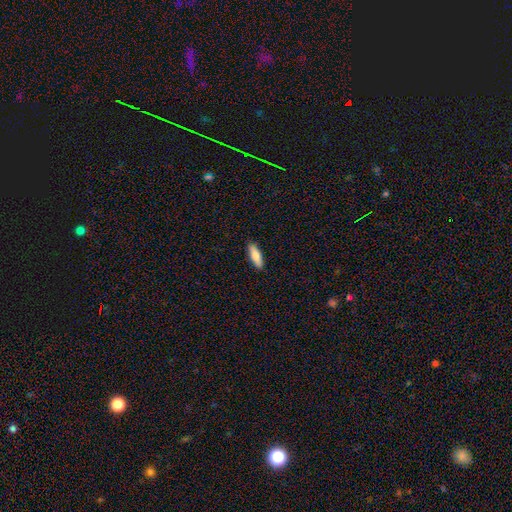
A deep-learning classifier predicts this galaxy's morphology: Overall: smooth (73%). How rounded: cigar-shaped (50%; in between 48%). Merging: none (90%).